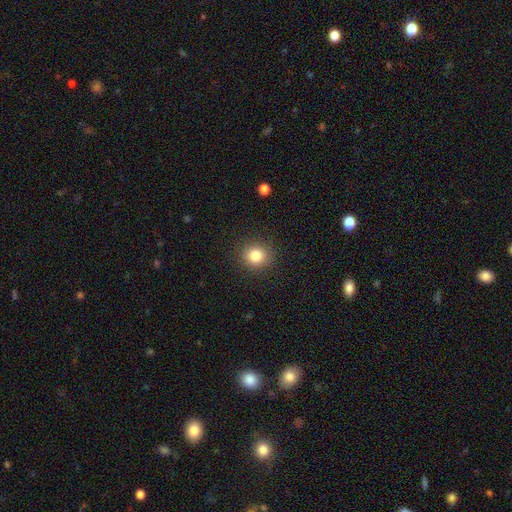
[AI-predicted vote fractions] Smooth or featured? smooth (82%)
How rounded? round (87%)
Merging? none (90%)